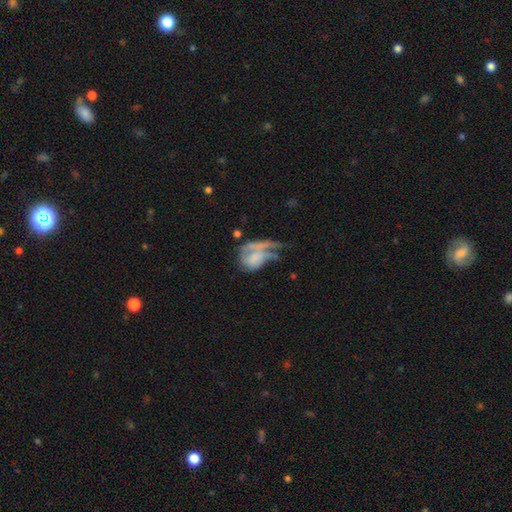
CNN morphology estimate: This is possibly a featured or disk galaxy (46%). Merging: marginally major disturbance (42%).